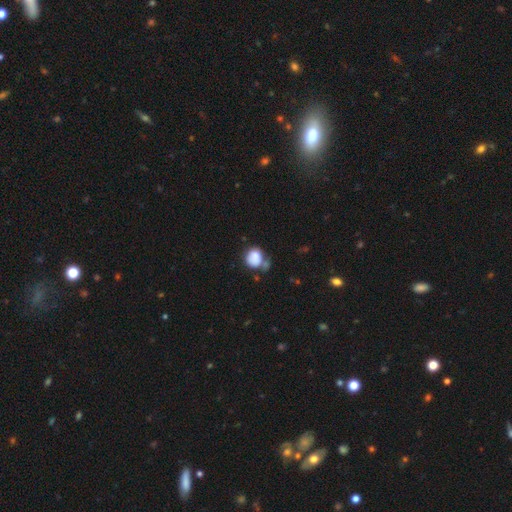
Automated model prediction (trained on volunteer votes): Smooth or featured? smooth (81%)
How rounded? round (75%)
Merging? none (45%)